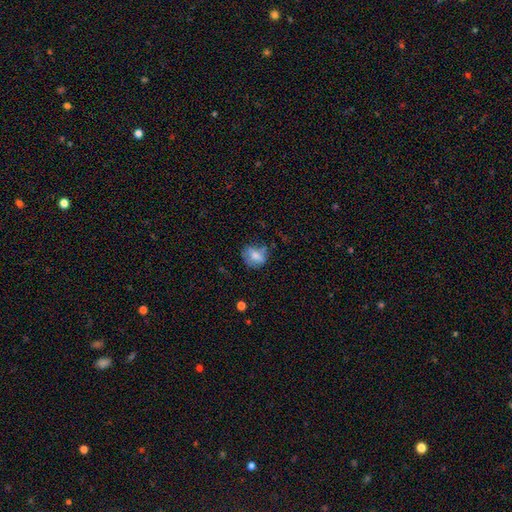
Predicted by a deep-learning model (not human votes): A smooth galaxy with no disk features (66%) that is round (50%).

Vote fractions:
- Smooth or featured? smooth: 66% / featured or disk: 24% / star or artifact: 9%
- How rounded? round: 50% / in between: 48% / cigar-shaped: 2%
- Merging? none: 53% / minor disturbance: 28% / major disturbance: 13% / merger: 6%